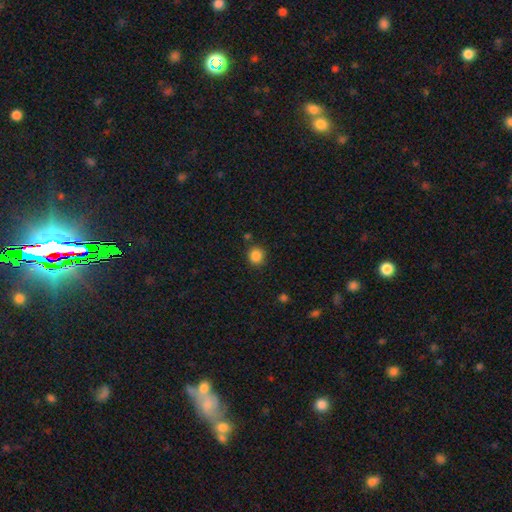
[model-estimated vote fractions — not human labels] This is clearly a smooth galaxy (86%). How rounded: clearly round (89%). Merging: clearly none (84%).